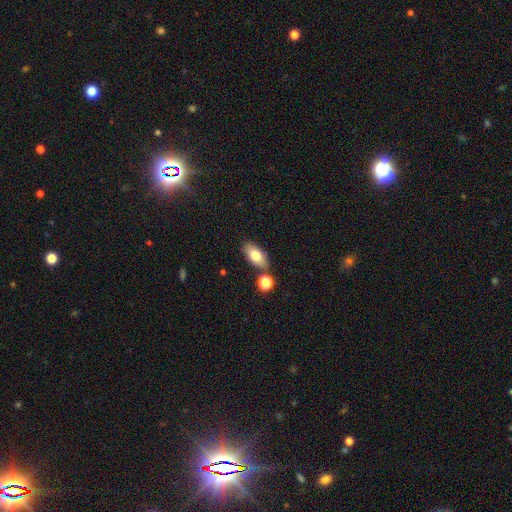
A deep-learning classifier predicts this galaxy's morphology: type=smooth (75%); roundness=in between (87%); merging=none (75%).